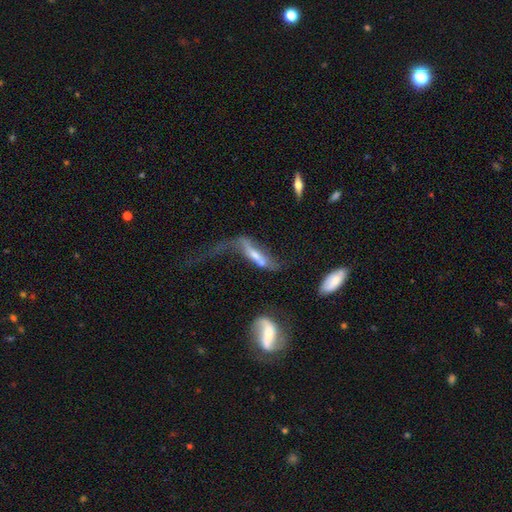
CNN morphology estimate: Smooth or featured? Predicted: featured or disk (p=0.59). Edge-on disk? Predicted: no (p=0.63). Merging? Predicted: major disturbance (p=0.40).